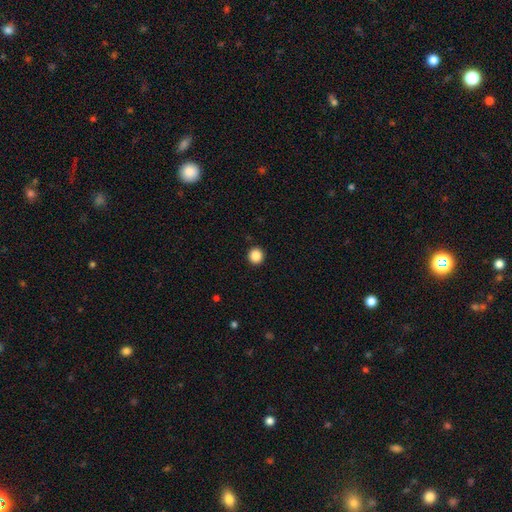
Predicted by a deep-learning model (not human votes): Smooth or featured? smooth (87%)
How rounded? round (94%)
Merging? none (93%)